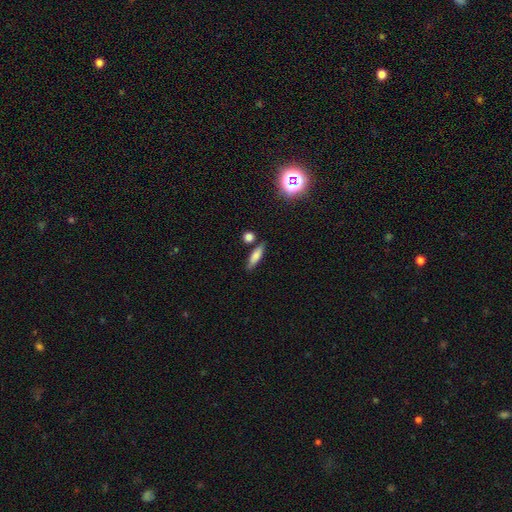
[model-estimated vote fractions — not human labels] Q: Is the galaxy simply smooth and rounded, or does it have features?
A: smooth — 72%.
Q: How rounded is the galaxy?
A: cigar-shaped — 63%.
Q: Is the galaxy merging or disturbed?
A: none — 76%.